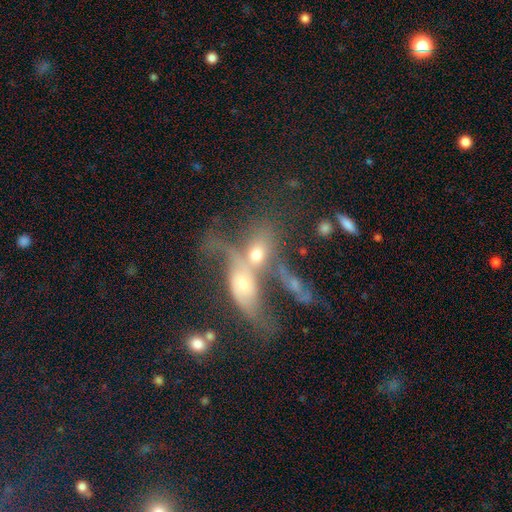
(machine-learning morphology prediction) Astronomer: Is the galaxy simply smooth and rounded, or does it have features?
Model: featured or disk — 47% (runner-up: smooth, 41%).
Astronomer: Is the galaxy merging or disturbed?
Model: merger — 71%.